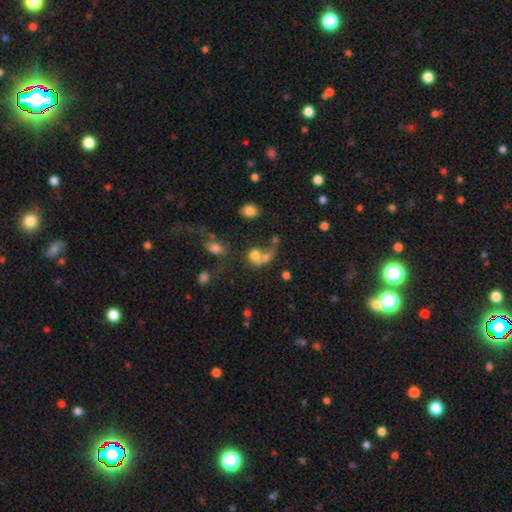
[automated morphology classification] smooth_or_featured: smooth (p=0.65) [alt: featured or disk p=0.20]
how_rounded: round (p=0.64) [alt: in between p=0.35]
merging: merger (p=0.57) [alt: none p=0.22]